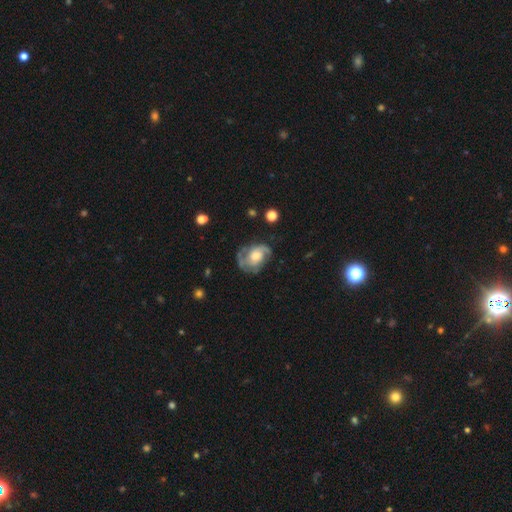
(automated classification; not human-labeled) This is likely a featured or disk galaxy (74%). It is clearly not viewed edge-on (97%). Bar: likely no (74%). Spiral arm pattern: clearly yes (87%). Spiral arm count: possibly 2 (57%). Spiral winding: marginally medium (43%). Central bulge: possibly moderate (51%). Merging: possibly none (58%).